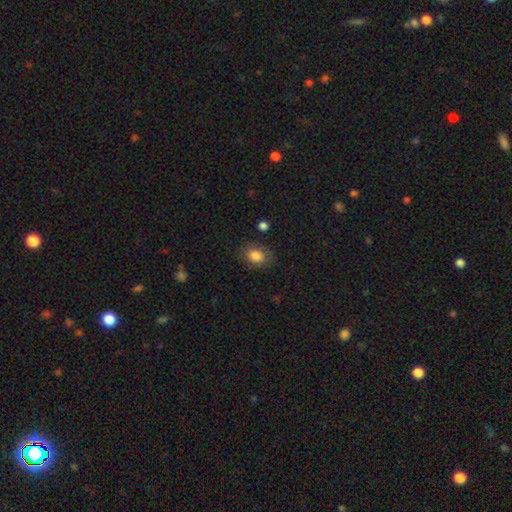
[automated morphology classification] This appears to be a smooth galaxy with no disk features (83%) that is in between round and cigar-shaped (69%). Merging: none (78%).